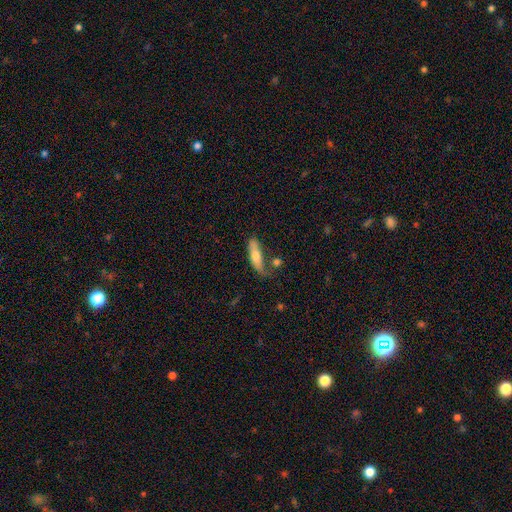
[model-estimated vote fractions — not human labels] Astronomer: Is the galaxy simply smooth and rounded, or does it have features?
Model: smooth — 64%.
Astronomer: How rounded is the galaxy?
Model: cigar-shaped — 60% (runner-up: in between, 38%).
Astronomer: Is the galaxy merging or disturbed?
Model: none — 50%.